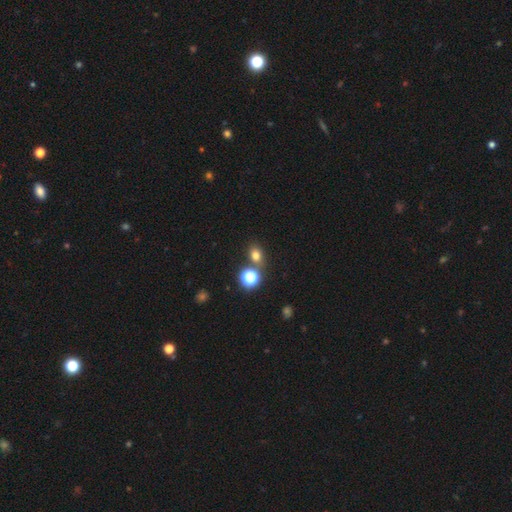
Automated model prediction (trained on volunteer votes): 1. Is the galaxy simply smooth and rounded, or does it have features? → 73% smooth, 20% star or artifact, 7% featured or disk.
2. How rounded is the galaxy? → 53% round, 46% in between, 1% cigar-shaped.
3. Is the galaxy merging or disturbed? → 74% none, 13% merger, 10% minor disturbance, 3% major disturbance.